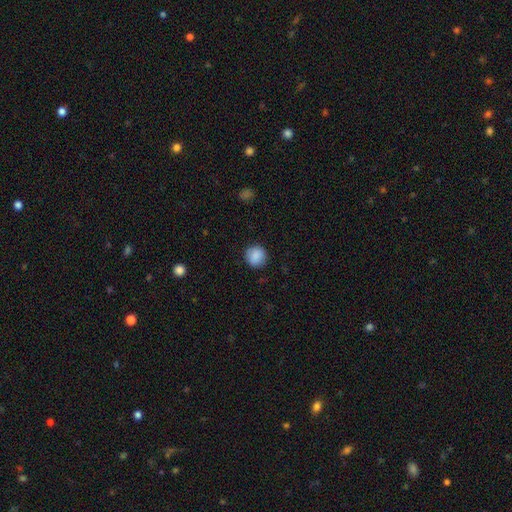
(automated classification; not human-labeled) The model was most divided on "merging": none: 88%, minor disturbance: 8%, major disturbance: 2%, merger: 1%. More confident: how rounded — round (91%); smooth or featured — smooth (88%).